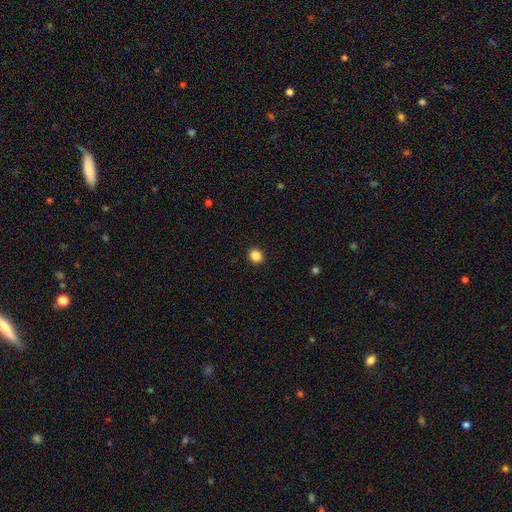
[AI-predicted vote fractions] This is clearly a smooth galaxy (87%). How rounded: likely round (79%). Merging: clearly none (92%).